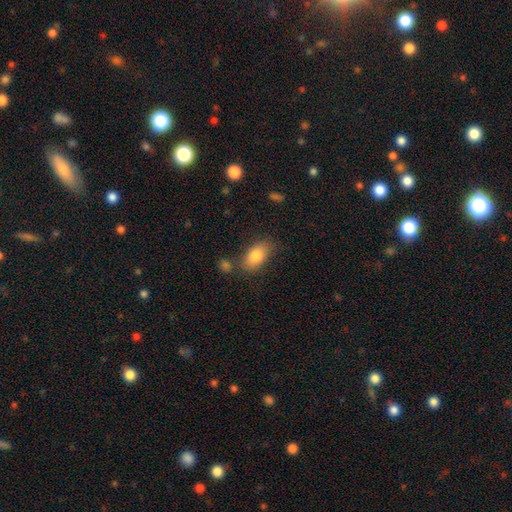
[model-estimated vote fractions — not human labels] Q: Smooth or featured?
A: smooth (83%); runner-up: featured or disk (11%)
Q: How rounded?
A: in between (91%); runner-up: round (6%)
Q: Merging?
A: none (70%); runner-up: minor disturbance (17%)